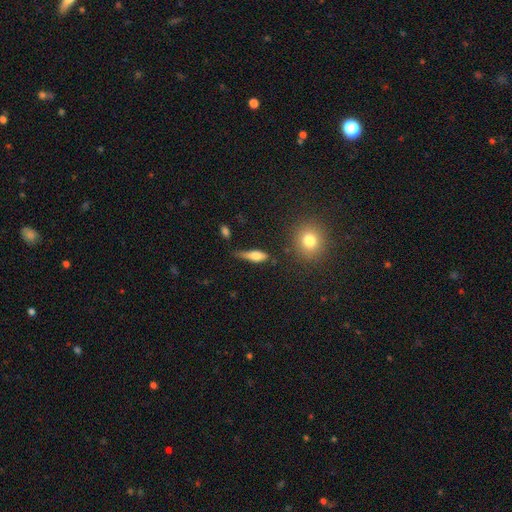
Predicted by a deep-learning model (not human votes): Overall: smooth (68%). How rounded: in between (51%; cigar-shaped 44%). Merging: none (47%; minor disturbance 34%).